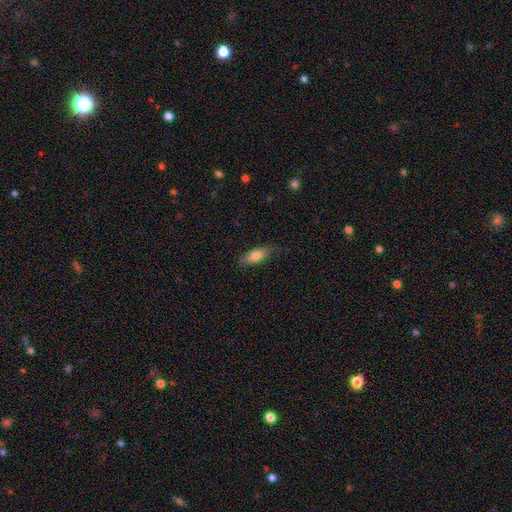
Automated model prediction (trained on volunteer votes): Overall: smooth (75%). How rounded: in between (73%). Merging: none (80%).